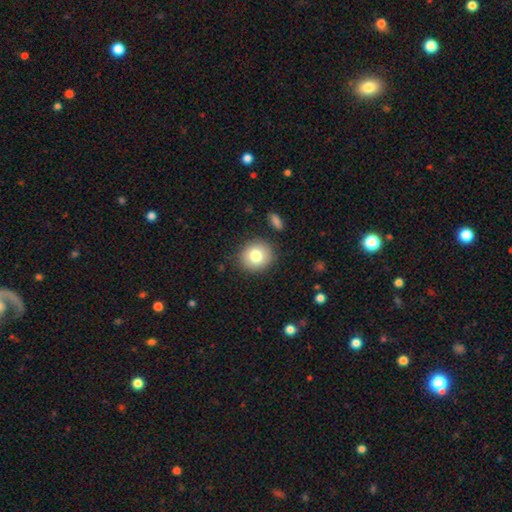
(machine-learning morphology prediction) Smooth or featured? Predicted: smooth (p=0.79). How rounded? Predicted: round (p=0.83). Merging? Predicted: none (p=0.87).